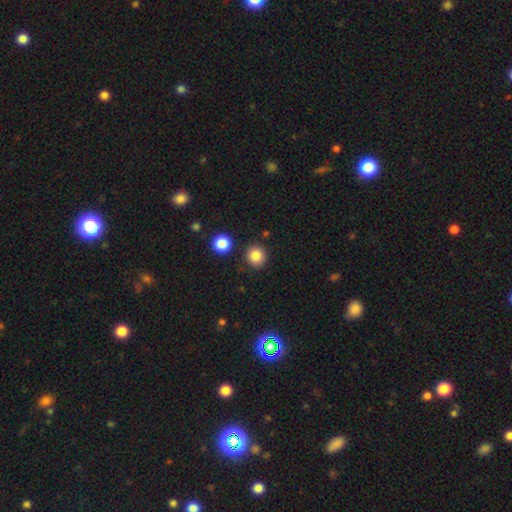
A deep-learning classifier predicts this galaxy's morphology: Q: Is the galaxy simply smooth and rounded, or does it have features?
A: smooth — 85%.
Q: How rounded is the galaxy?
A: round — 91%.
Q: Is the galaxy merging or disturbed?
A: none — 88%.